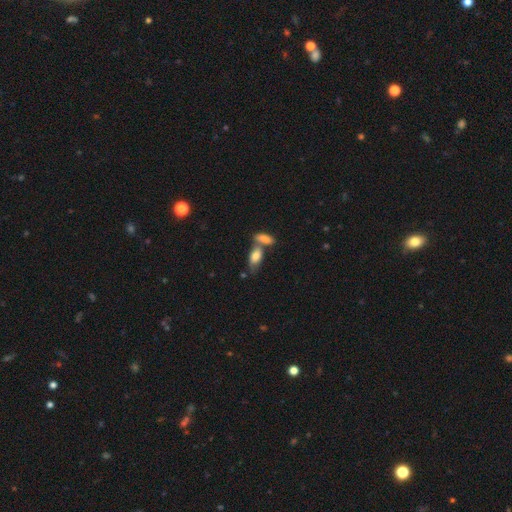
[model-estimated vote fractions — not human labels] This is clearly a smooth galaxy (81%). How rounded: clearly in between (88%). Merging: possibly merger (48%).